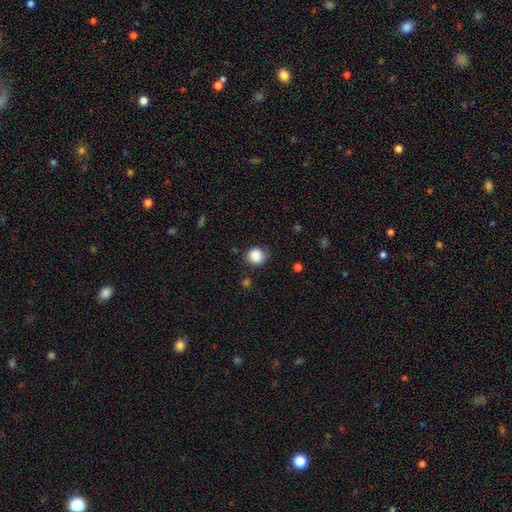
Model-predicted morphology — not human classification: This is clearly a smooth galaxy (87%). How rounded: clearly round (88%). Merging: clearly none (82%).